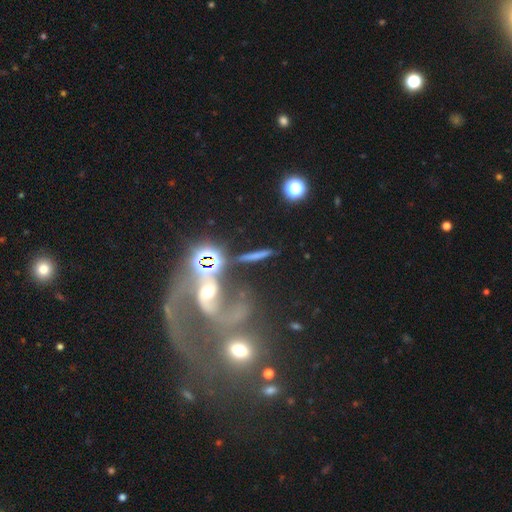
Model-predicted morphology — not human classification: Overall: smooth (49%; featured or disk 34%). Merging: none (74%).